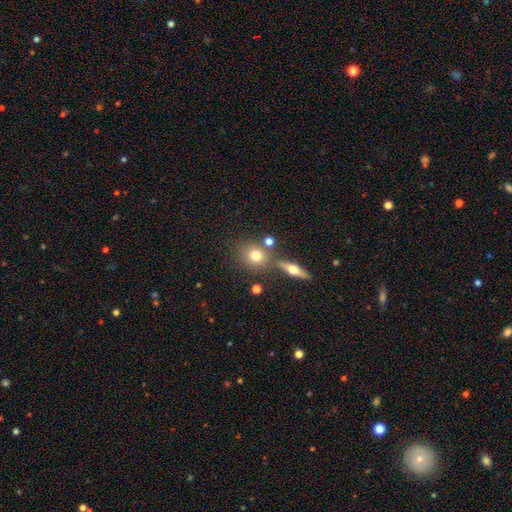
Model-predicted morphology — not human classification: type=smooth (71%); roundness=round (80%); merging=none (71%).